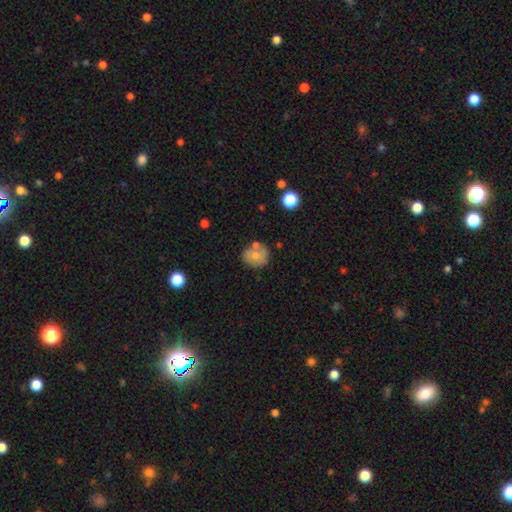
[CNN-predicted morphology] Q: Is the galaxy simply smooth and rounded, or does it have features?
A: smooth — 69%.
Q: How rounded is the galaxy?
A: round — 71%.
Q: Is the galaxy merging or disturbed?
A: none — 58%.